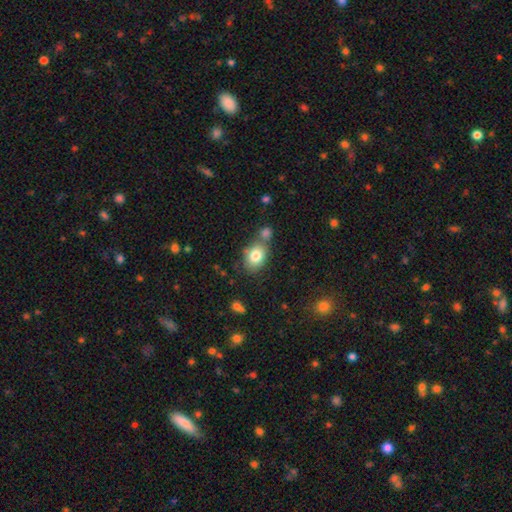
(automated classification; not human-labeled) Overall: smooth (80%). How rounded: in between (67%; round 31%). Merging: none (56%; merger 26%).